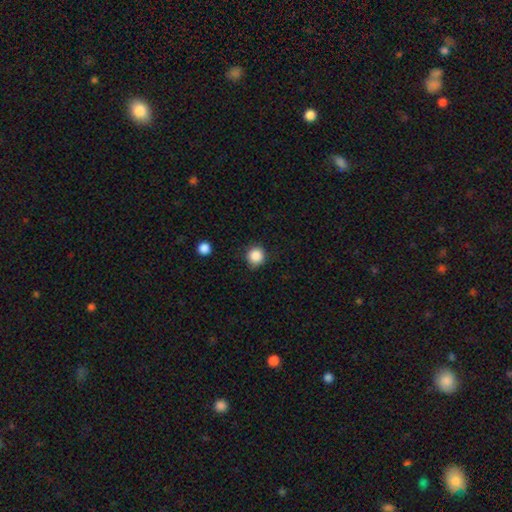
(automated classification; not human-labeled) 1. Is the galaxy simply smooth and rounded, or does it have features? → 87% smooth, 10% star or artifact, 3% featured or disk.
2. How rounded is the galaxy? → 91% round, 8% in between, 1% cigar-shaped.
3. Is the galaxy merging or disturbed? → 85% none, 11% minor disturbance, 3% major disturbance, 2% merger.